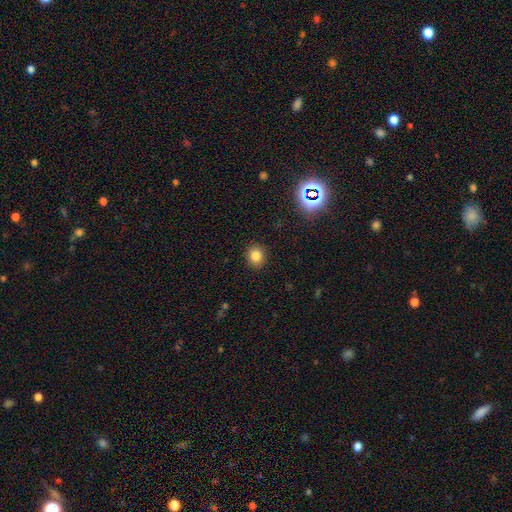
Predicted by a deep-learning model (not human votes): Q: Smooth or featured?
A: smooth (82%); runner-up: star or artifact (12%)
Q: How rounded?
A: round (72%); runner-up: in between (27%)
Q: Merging?
A: none (91%); runner-up: minor disturbance (6%)